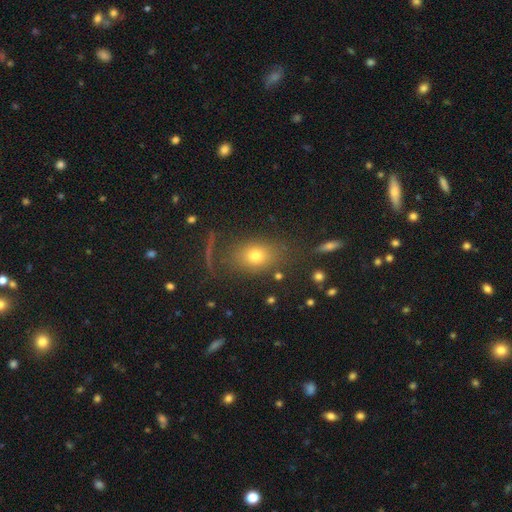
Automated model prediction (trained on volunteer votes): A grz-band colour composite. It shows a smooth galaxy with no disk features (71%) that is in between round and cigar-shaped (61%). Merging: none (76%).